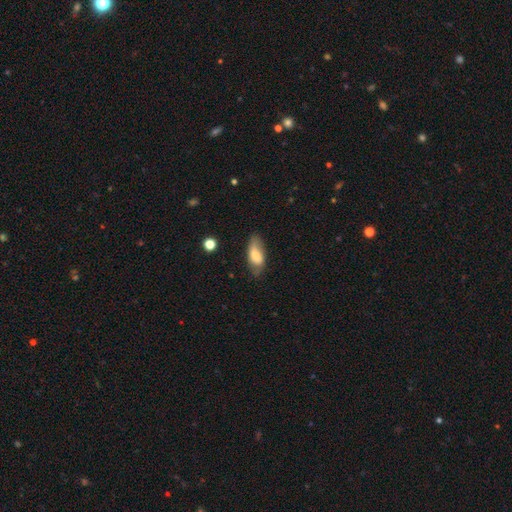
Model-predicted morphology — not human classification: smooth_or_featured: smooth (p=0.70) [alt: featured or disk p=0.22]
how_rounded: in between (p=0.84) [alt: cigar-shaped p=0.13]
merging: none (p=0.64) [alt: minor disturbance p=0.27]